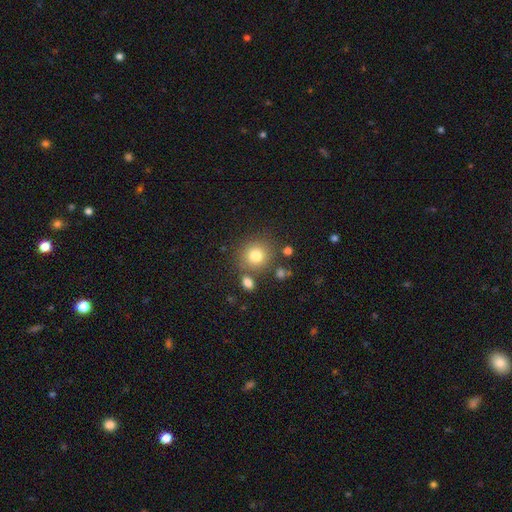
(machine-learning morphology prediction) smooth-or-featured: smooth: 80% | star or artifact: 11% | featured or disk: 9%
  how-rounded: round: 89% | in between: 10% | cigar-shaped: 1%
  merging: none: 76% | minor disturbance: 10% | merger: 10% | major disturbance: 4%